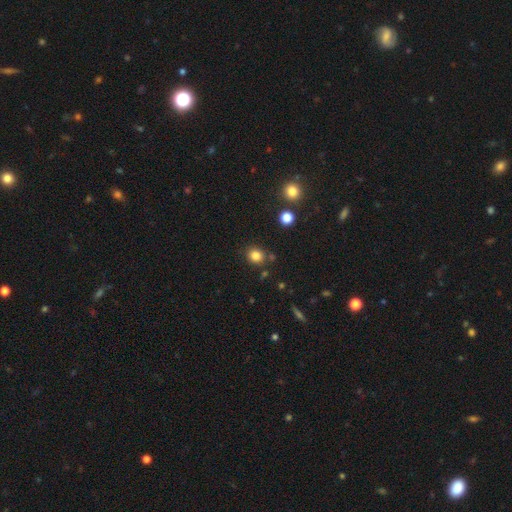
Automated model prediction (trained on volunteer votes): A smooth galaxy with no disk features (82%) that is round (78%). Merging: none (83%).